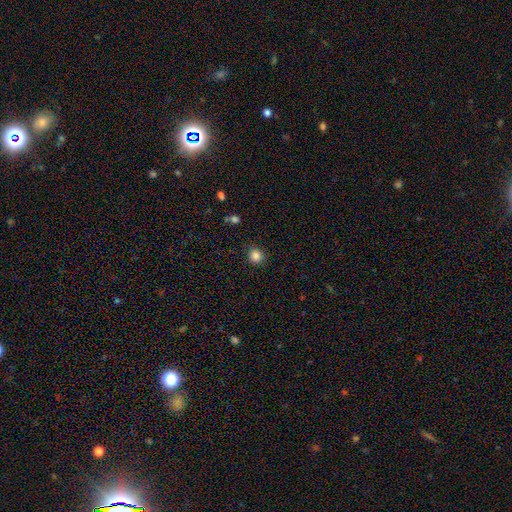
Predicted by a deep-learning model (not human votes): Smooth or featured: smooth — 85% (star or artifact — 11%)
How rounded: round — 87% (in between — 12%)
Merging: none — 89% (minor disturbance — 7%)